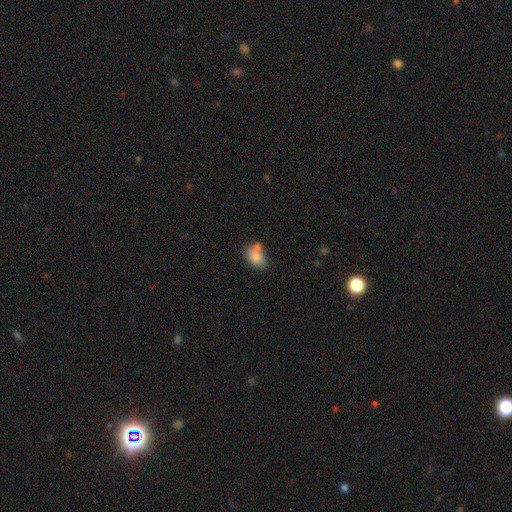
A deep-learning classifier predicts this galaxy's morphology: Q: Smooth or featured?
A: smooth (79%); runner-up: featured or disk (13%)
Q: How rounded?
A: in between (84%); runner-up: round (15%)
Q: Merging?
A: none (45%); runner-up: merger (26%)